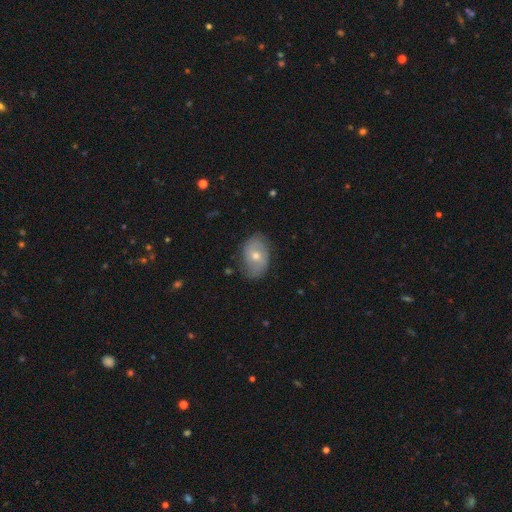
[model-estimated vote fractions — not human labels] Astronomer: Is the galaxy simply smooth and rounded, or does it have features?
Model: featured or disk — 59%.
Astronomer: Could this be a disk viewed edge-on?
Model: no — 94%.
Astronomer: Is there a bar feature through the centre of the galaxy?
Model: no — 60%.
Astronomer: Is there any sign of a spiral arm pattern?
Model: yes — 75%.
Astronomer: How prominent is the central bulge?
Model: moderate — 64%.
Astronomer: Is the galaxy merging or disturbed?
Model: none — 77%.